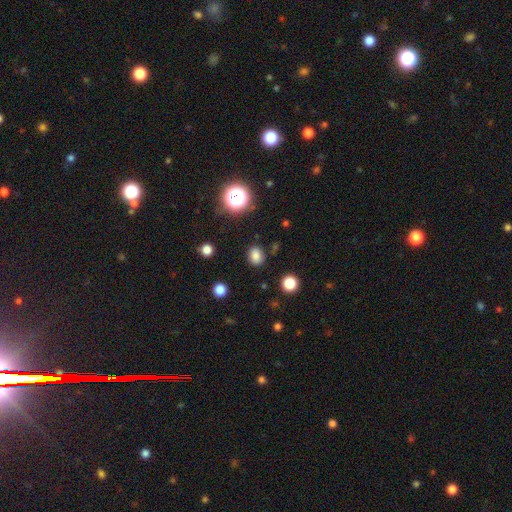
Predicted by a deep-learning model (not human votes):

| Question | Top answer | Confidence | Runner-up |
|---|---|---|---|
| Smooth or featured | smooth | 81% | star or artifact (14%) |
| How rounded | in between | 52% | round (47%) |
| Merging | none | 85% | minor disturbance (9%) |